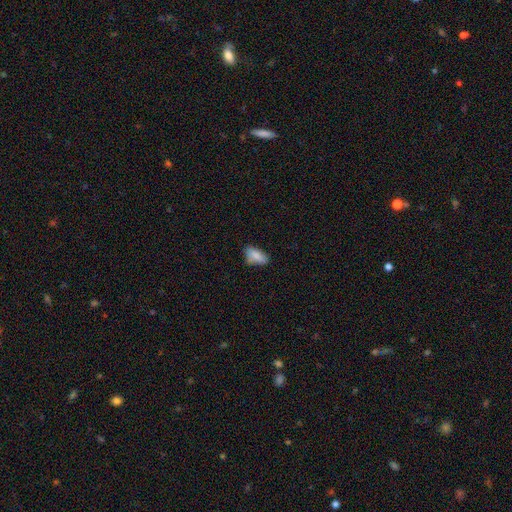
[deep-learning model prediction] Smooth or featured?
  - smooth: 84% *
  - featured or disk: 8%
  - star or artifact: 8%
How rounded?
  - in between: 90% *
  - cigar-shaped: 6%
  - round: 4%
Merging?
  - none: 65% *
  - minor disturbance: 27%
  - major disturbance: 6%
  - merger: 2%